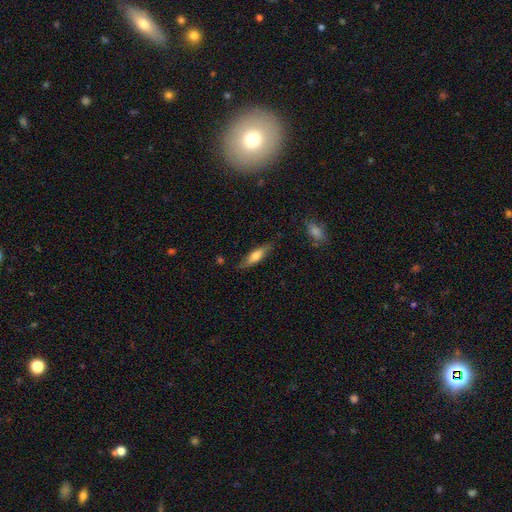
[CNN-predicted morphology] Smooth or featured? smooth (58%)
How rounded? cigar-shaped (62%)
Merging? none (77%)